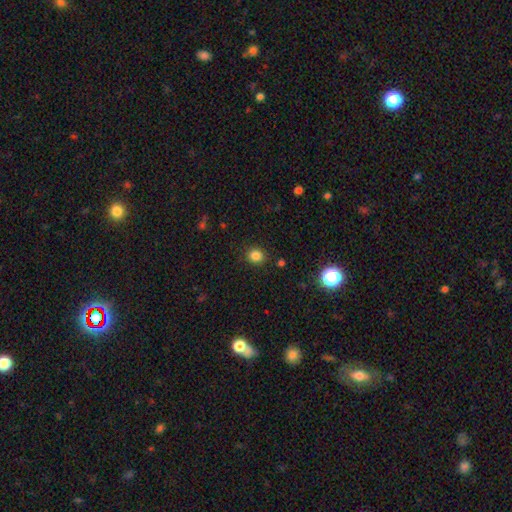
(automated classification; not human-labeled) Smooth or featured? Predicted: smooth (p=0.82). How rounded? Predicted: round (p=0.78). Merging? Predicted: none (p=0.88).